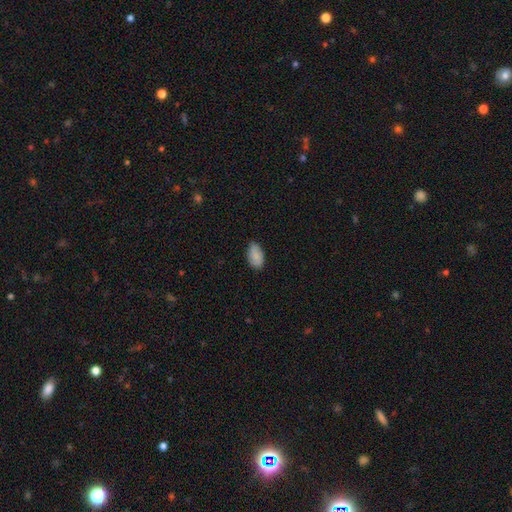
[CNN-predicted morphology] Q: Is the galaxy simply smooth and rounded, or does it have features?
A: smooth — 86%.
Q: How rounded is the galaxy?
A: in between — 93%.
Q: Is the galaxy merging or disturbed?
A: none — 77%.